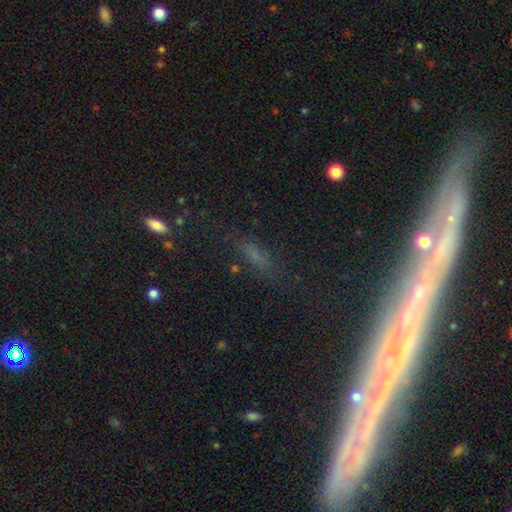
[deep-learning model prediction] Smooth or featured? smooth (46%)
Merging? none (68%)